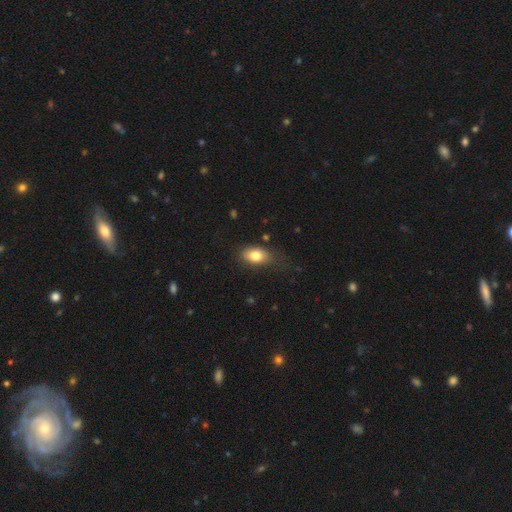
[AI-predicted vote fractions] This appears to be a smooth galaxy with no disk features (81%) that is in between round and cigar-shaped (85%). Merging: none (66%).